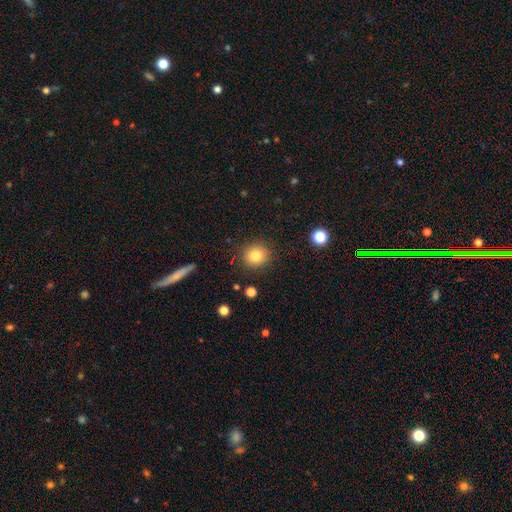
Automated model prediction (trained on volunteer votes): A smooth galaxy with no disk features (81%) that is round (86%).

Vote fractions:
- Smooth or featured? smooth: 81% / star or artifact: 11% / featured or disk: 8%
- How rounded? round: 86% / in between: 13% / cigar-shaped: 1%
- Merging? none: 88% / minor disturbance: 8% / major disturbance: 3% / merger: 2%